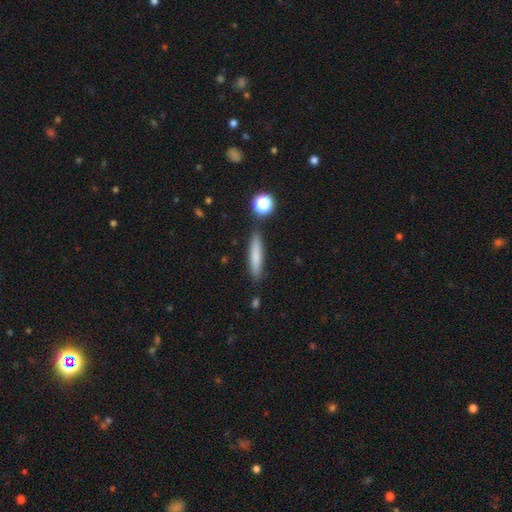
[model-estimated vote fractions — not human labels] This appears to be a smooth galaxy with no disk features (77%) that is cigar-shaped (88%). Merging: none (84%).